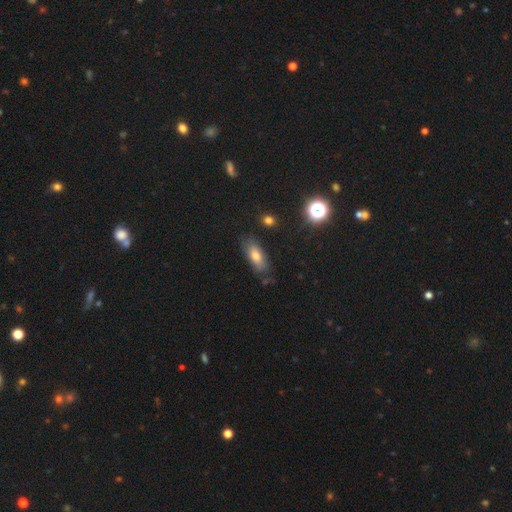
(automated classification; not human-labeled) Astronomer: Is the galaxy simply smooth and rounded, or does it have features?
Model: smooth — 72%.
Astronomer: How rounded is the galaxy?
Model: in between — 77%.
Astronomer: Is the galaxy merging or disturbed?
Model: none — 75%.